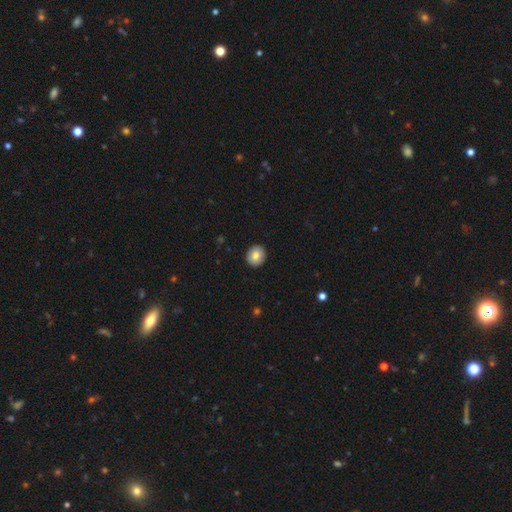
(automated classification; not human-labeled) smooth_or_featured: smooth (p=0.80) [alt: featured or disk p=0.13]
how_rounded: round (p=0.84) [alt: in between p=0.15]
merging: none (p=0.92) [alt: minor disturbance p=0.06]